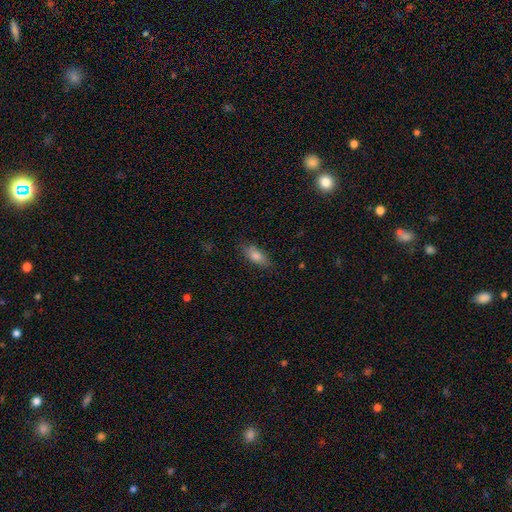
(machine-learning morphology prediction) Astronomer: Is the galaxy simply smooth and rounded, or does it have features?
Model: smooth — 79%.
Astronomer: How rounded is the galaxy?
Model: in between — 77%.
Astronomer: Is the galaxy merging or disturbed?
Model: none — 82%.